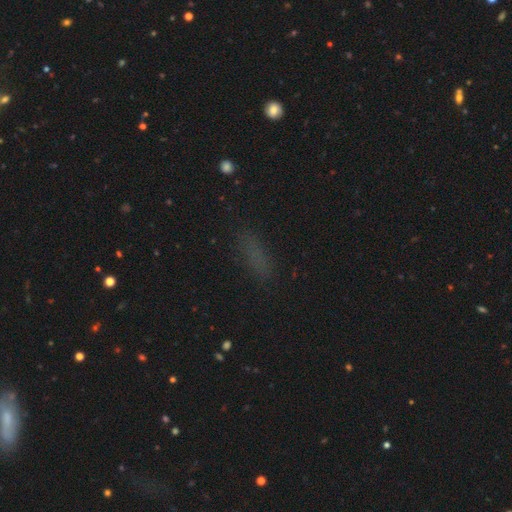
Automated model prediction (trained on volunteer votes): Smooth or featured: smooth — 64% (star or artifact — 24%)
How rounded: cigar-shaped — 48% (in between — 47%)
Merging: none — 80% (minor disturbance — 13%)